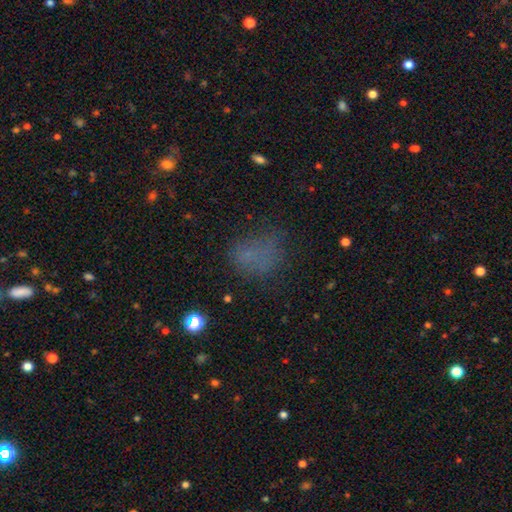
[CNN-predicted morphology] smooth-or-featured: smooth: 60% | star or artifact: 27% | featured or disk: 13%
  how-rounded: in between: 51% | round: 47% | cigar-shaped: 2%
  merging: none: 55% | minor disturbance: 22% | major disturbance: 19% | merger: 4%